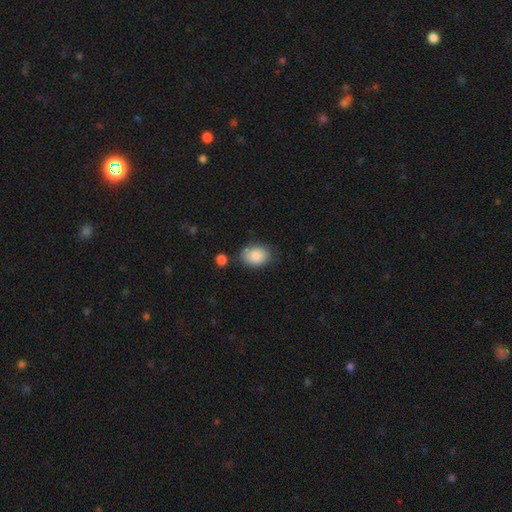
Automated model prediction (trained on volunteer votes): Smooth or featured? smooth (87%)
How rounded? in between (69%)
Merging? none (74%)